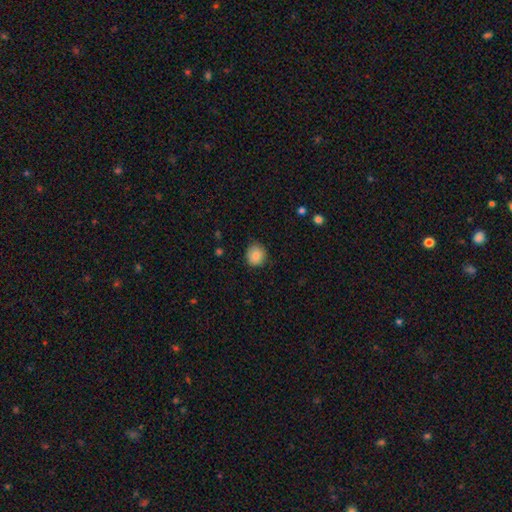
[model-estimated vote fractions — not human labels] smooth-or-featured: smooth: 86% | star or artifact: 9% | featured or disk: 5%
  how-rounded: round: 83% | in between: 16% | cigar-shaped: 1%
  merging: none: 82% | minor disturbance: 14% | major disturbance: 3% | merger: 1%